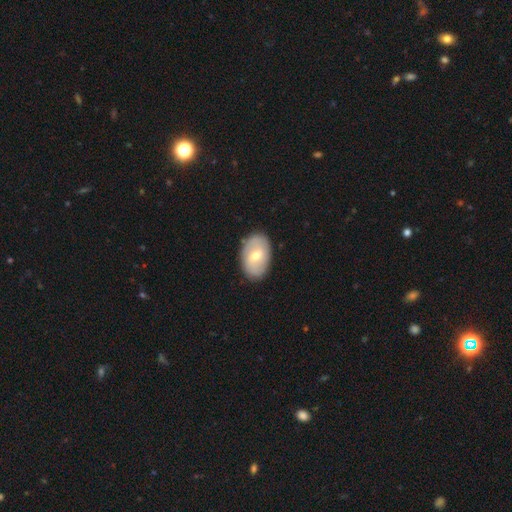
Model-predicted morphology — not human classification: smooth 56%, featured or disk 38%, star or artifact 6%. Down the decision tree: how rounded — in between (88%); merging — none (85%).